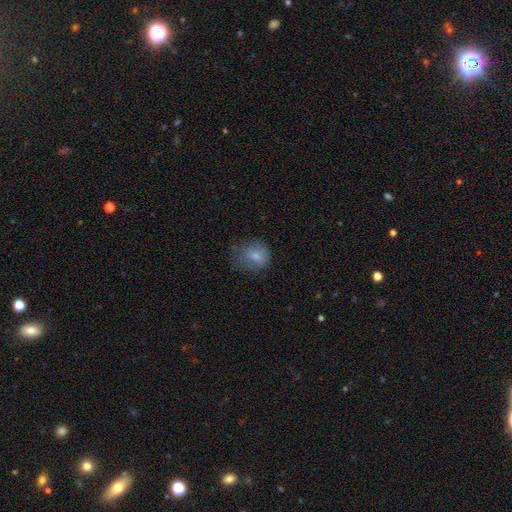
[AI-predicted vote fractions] A smooth galaxy with no disk features (77%) that is round (63%).

Vote fractions:
- Smooth or featured? smooth: 77% / featured or disk: 13% / star or artifact: 10%
- How rounded? round: 63% / in between: 36% / cigar-shaped: 1%
- Merging? none: 51% / minor disturbance: 29% / major disturbance: 18% / merger: 1%